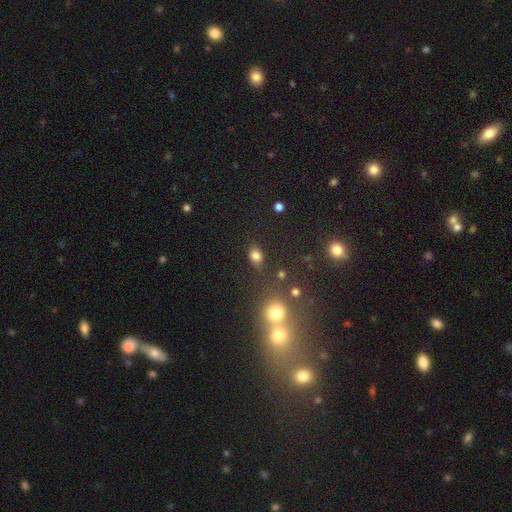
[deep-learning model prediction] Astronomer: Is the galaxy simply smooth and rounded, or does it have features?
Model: smooth — 79%.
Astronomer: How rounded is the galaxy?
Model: in between — 62%.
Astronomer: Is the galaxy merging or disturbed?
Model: none — 72%.